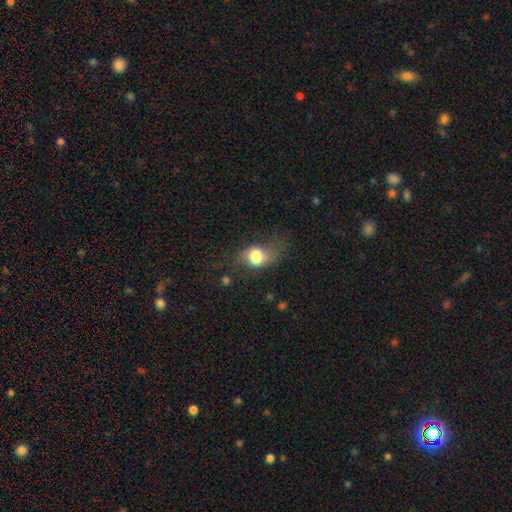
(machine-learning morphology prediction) smooth 73%, featured or disk 18%, star or artifact 9%. Down the decision tree: how rounded — in between (60%); merging — none (38%).